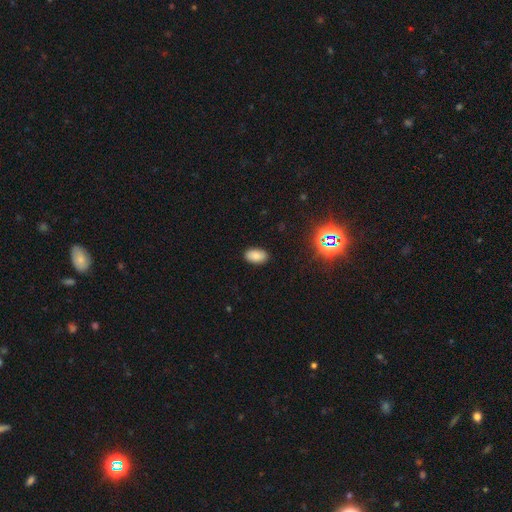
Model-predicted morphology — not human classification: A smooth galaxy with no disk features (82%) that is in between round and cigar-shaped (93%). Merging: none (88%).